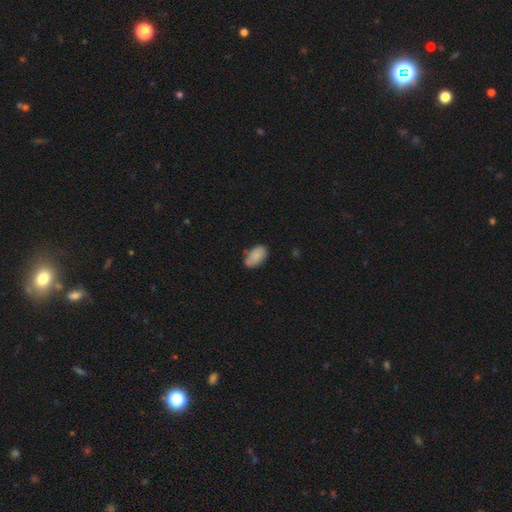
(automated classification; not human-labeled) This appears to be a smooth galaxy with no disk features (86%) that is in between round and cigar-shaped (94%). Merging: none (70%).